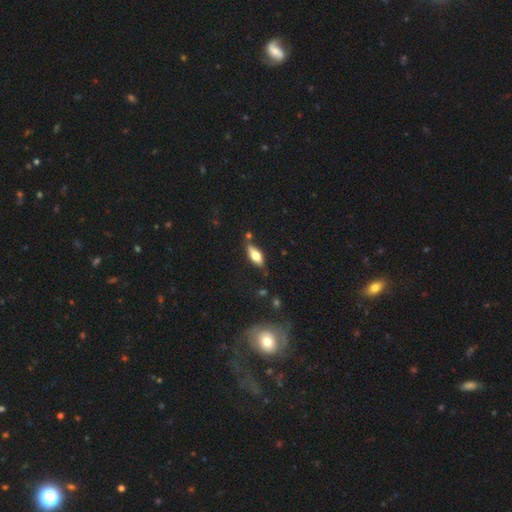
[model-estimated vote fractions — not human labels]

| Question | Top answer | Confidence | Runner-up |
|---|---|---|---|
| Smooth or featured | smooth | 58% | featured or disk (35%) |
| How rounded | in between | 73% | cigar-shaped (24%) |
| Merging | none | 74% | minor disturbance (16%) |